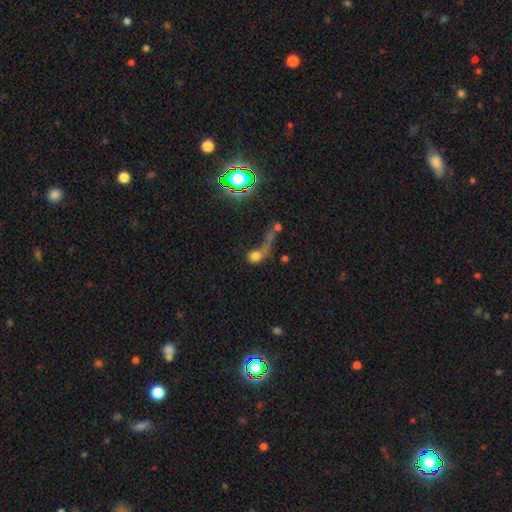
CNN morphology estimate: This appears to be a smooth galaxy with no disk features (62%) that is round (68%). Merging: merger (32%).